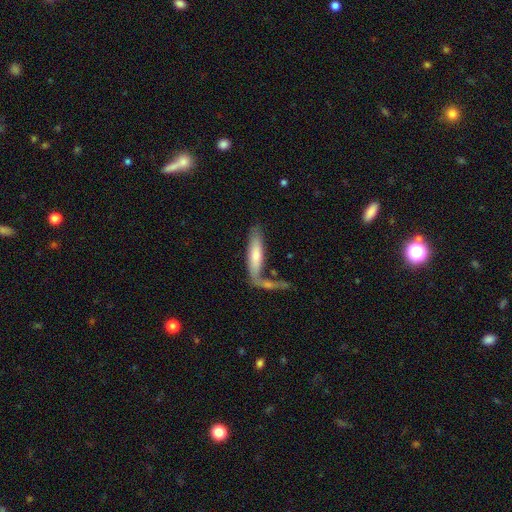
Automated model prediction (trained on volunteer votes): Morphology: type=smooth (66%); roundness=cigar-shaped (69%); merging=none (45%).